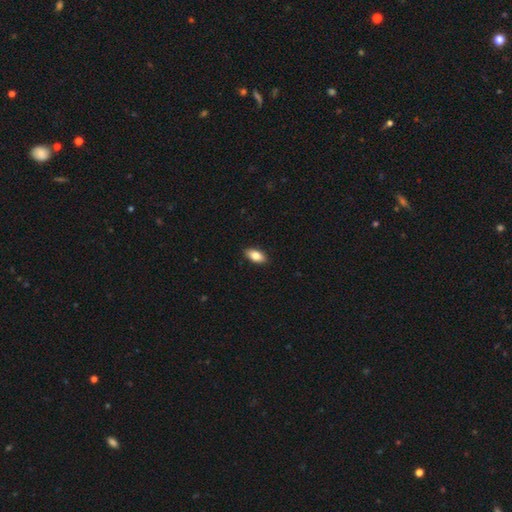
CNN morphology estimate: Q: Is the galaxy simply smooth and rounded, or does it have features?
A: smooth — 82%.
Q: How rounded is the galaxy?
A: in between — 91%.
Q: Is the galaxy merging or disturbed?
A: none — 90%.